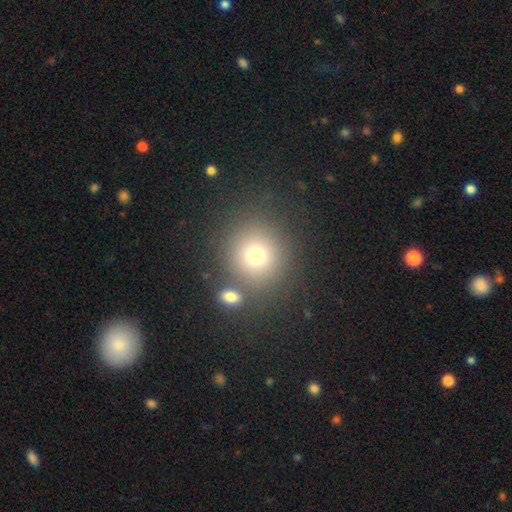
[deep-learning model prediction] Smooth or featured? Predicted: smooth (p=0.74). How rounded? Predicted: round (p=0.89). Merging? Predicted: none (p=0.74).